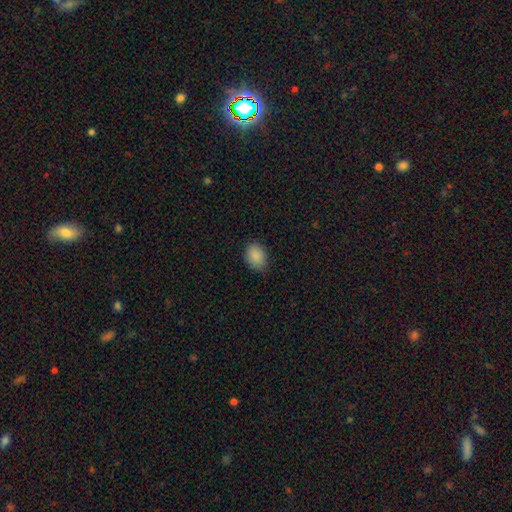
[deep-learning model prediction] Smooth or featured?
  - smooth: 88% *
  - star or artifact: 8%
  - featured or disk: 4%
How rounded?
  - in between: 70% *
  - round: 29%
  - cigar-shaped: 1%
Merging?
  - none: 81% *
  - minor disturbance: 15%
  - major disturbance: 3%
  - merger: 1%